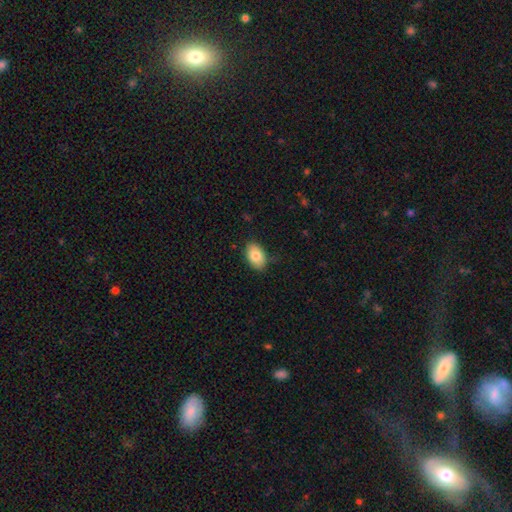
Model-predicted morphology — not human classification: This is clearly a smooth galaxy (83%). How rounded: clearly in between (90%). Merging: clearly none (82%).